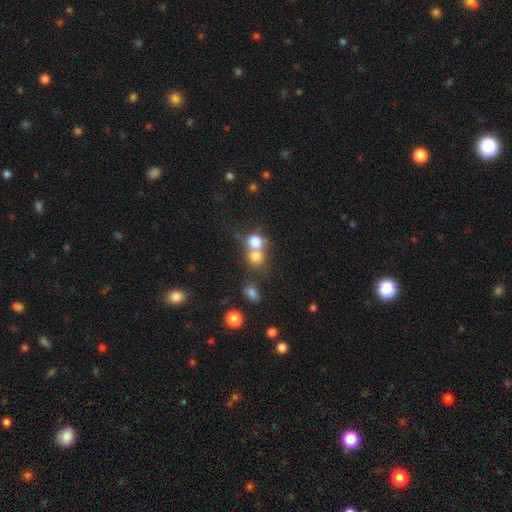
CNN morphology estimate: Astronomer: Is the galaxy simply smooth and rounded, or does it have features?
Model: smooth — 77%.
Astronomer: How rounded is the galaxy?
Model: round — 75%.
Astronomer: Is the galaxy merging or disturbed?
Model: merger — 55% (runner-up: none, 34%).